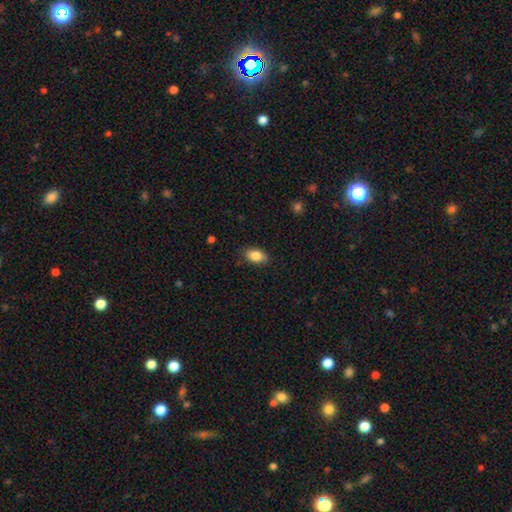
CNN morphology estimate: Smooth or featured?
  - smooth: 85% *
  - featured or disk: 7%
  - star or artifact: 7%
How rounded?
  - in between: 89% *
  - round: 9%
  - cigar-shaped: 2%
Merging?
  - none: 83% *
  - minor disturbance: 13%
  - major disturbance: 3%
  - merger: 1%